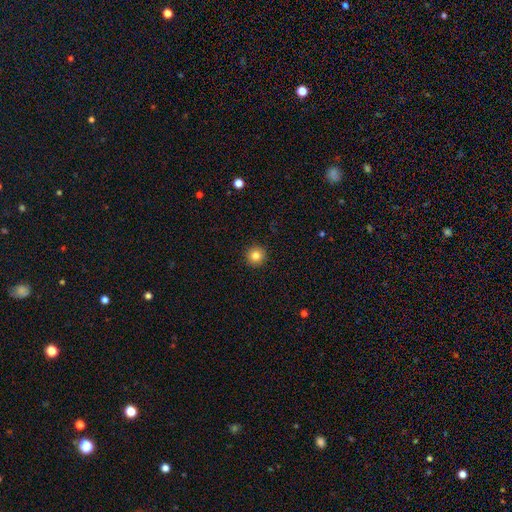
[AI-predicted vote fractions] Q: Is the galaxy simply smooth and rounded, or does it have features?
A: smooth — 83%.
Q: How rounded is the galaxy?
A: round — 96%.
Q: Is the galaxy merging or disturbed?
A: none — 93%.